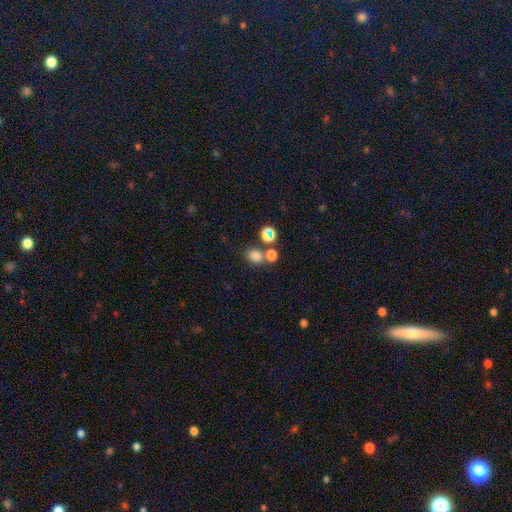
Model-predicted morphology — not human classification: type=smooth (74%); roundness=round (63%); merging=none (59%).